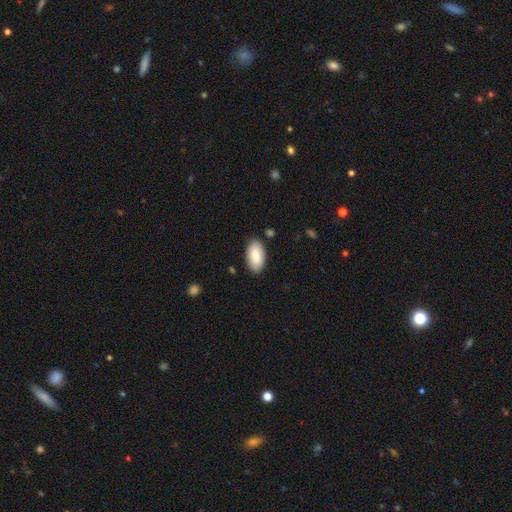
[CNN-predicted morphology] type=smooth (84%); roundness=in between (95%); merging=none (85%).